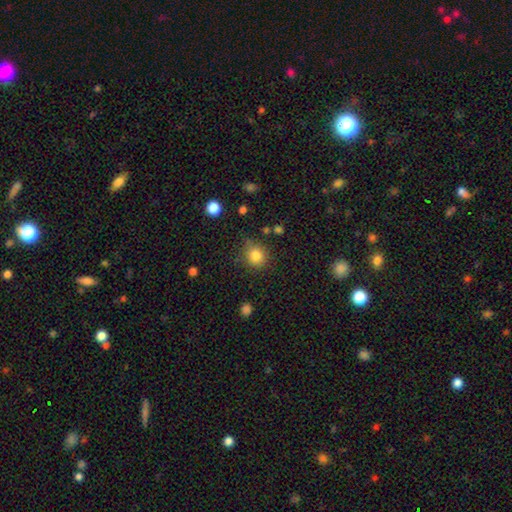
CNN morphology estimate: This appears to be a smooth galaxy with no disk features (83%) that is round (85%). Merging: none (79%).